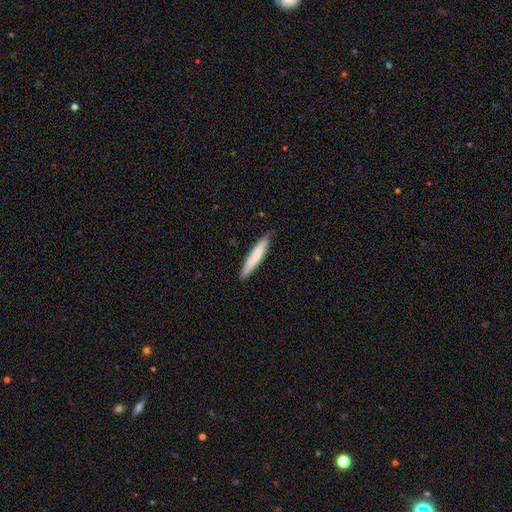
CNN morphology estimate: type=smooth (72%); roundness=cigar-shaped (92%); merging=none (85%).